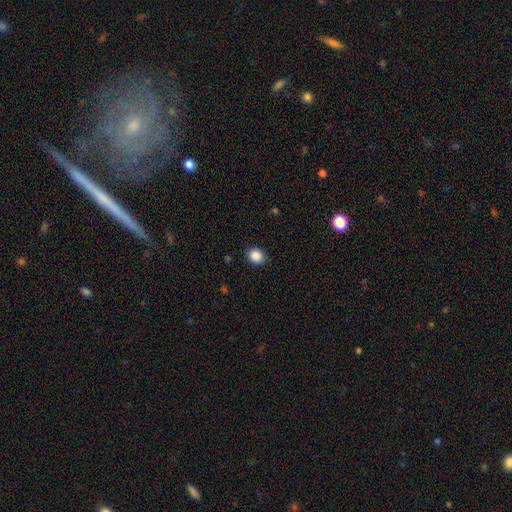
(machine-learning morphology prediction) smooth_or_featured: smooth (p=0.88) [alt: star or artifact p=0.09]
how_rounded: round (p=0.60) [alt: in between p=0.39]
merging: none (p=0.87) [alt: minor disturbance p=0.09]